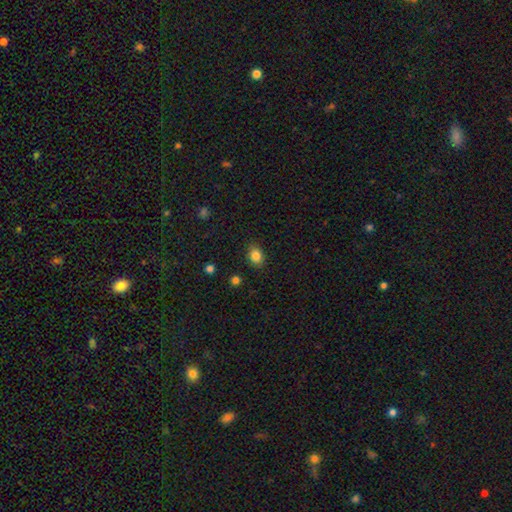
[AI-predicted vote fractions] This is clearly a smooth galaxy (84%). How rounded: possibly in between (59%). Merging: clearly none (86%).